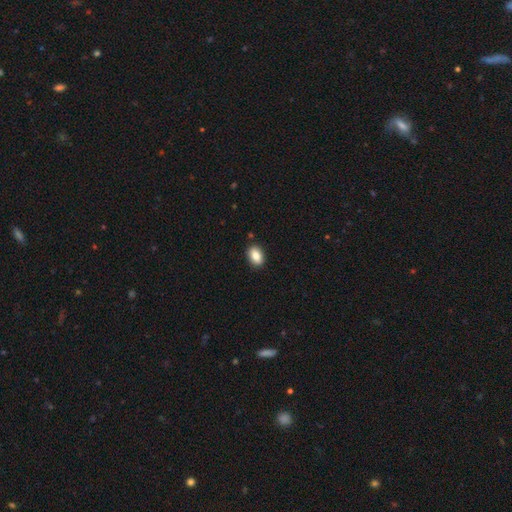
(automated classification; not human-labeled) Smooth or featured? smooth (85%)
How rounded? in between (85%)
Merging? none (89%)